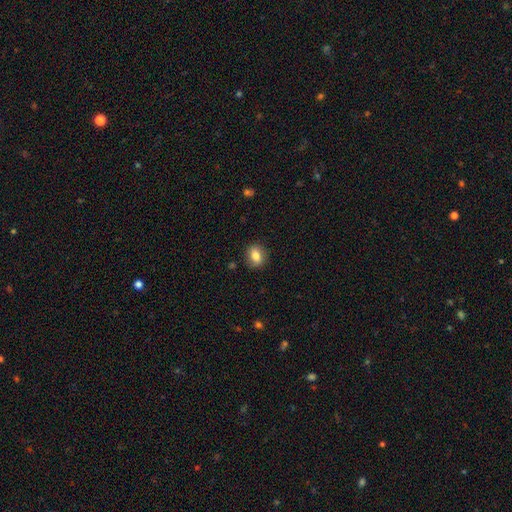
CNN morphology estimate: Smooth or featured? smooth (78%)
How rounded? in between (54%)
Merging? none (85%)